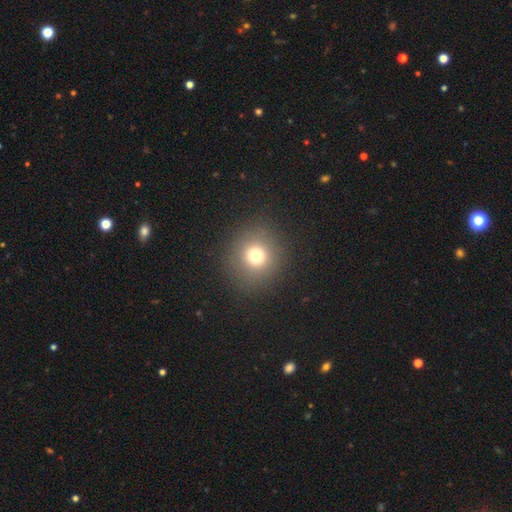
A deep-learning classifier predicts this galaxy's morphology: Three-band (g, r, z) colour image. It shows a smooth galaxy with no disk features (74%) that is round (91%). Merging: none (89%).